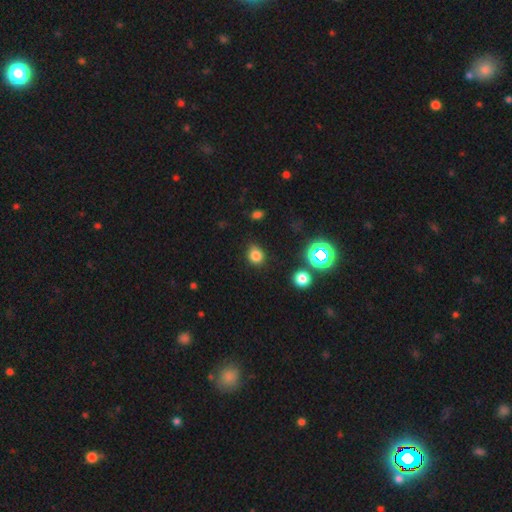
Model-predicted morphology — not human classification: Smooth or featured: smooth — 78% (star or artifact — 17%)
How rounded: round — 71% (in between — 28%)
Merging: none — 77% (minor disturbance — 17%)